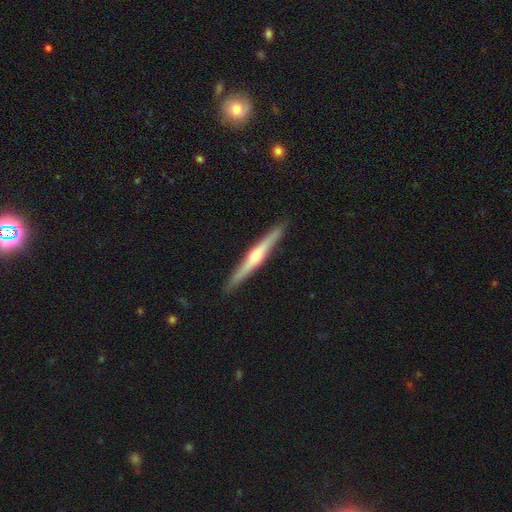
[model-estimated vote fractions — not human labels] Smooth or featured?
  - featured or disk: 66% *
  - smooth: 29%
  - star or artifact: 5%
Edge-on disk?
  - yes: 98% *
  - no: 2%
Edge-on bulge?
  - rounded: 74% *
  - none: 15%
  - boxy: 11%
Merging?
  - none: 91% *
  - minor disturbance: 7%
  - major disturbance: 1%
  - merger: 1%